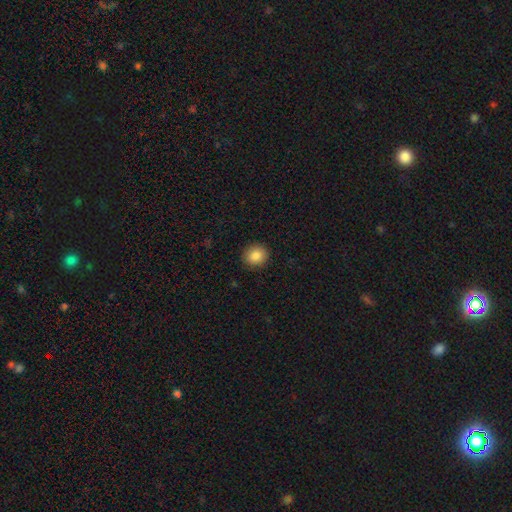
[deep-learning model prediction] This is clearly a smooth galaxy (86%). How rounded: clearly round (82%). Merging: clearly none (91%).